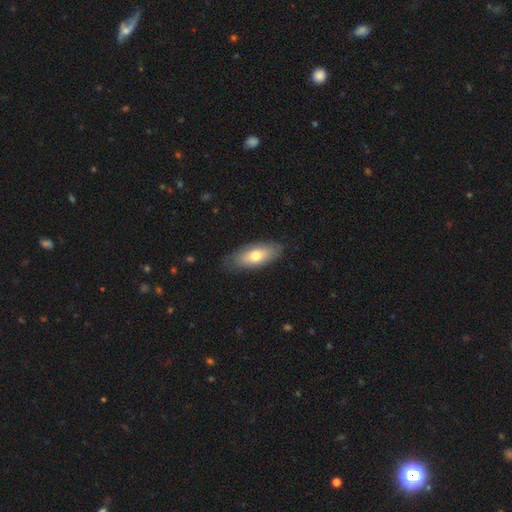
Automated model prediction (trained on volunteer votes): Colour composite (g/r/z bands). It shows a smooth galaxy with no disk features (70%) that is in between round and cigar-shaped (82%). Merging: none (82%).